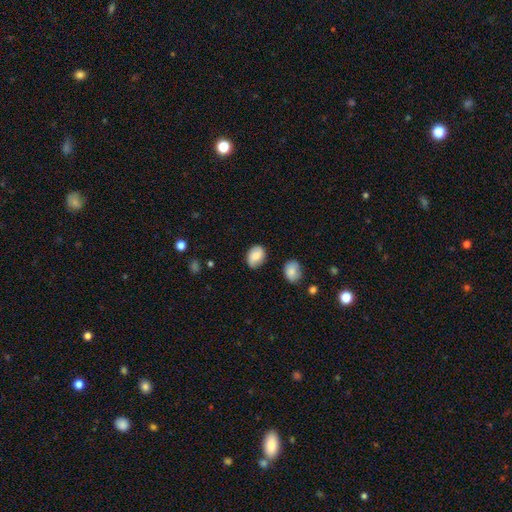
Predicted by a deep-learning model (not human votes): Smooth or featured? Predicted: smooth (p=0.74). How rounded? Predicted: in between (p=0.77). Merging? Predicted: none (p=0.76).